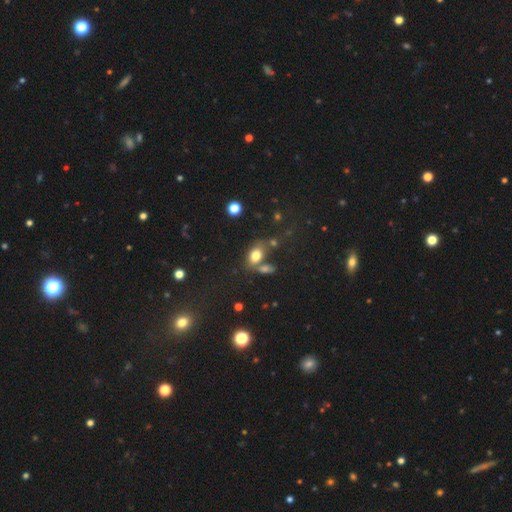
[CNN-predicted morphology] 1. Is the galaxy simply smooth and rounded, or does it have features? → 77% smooth, 12% star or artifact, 11% featured or disk.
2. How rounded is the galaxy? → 82% in between, 16% round, 3% cigar-shaped.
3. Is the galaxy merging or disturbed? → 56% none, 24% merger, 14% minor disturbance, 6% major disturbance.